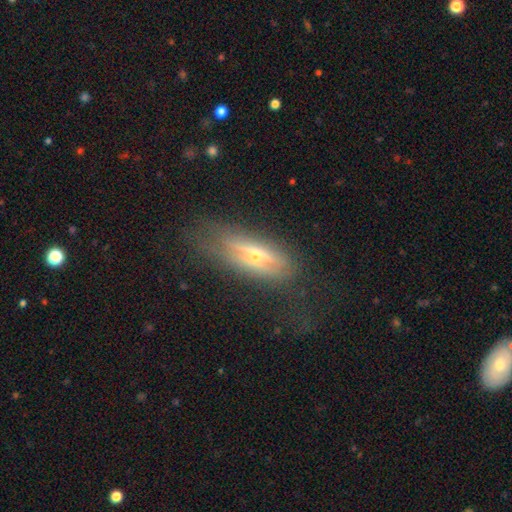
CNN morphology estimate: type=featured or disk (61%); edge-on=yes (75%); merging=none (64%).